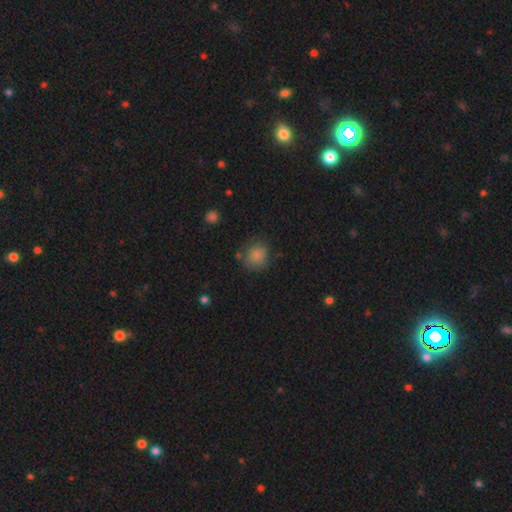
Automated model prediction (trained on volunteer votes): Q: Smooth or featured?
A: smooth (82%); runner-up: star or artifact (12%)
Q: How rounded?
A: round (81%); runner-up: in between (18%)
Q: Merging?
A: none (76%); runner-up: minor disturbance (16%)